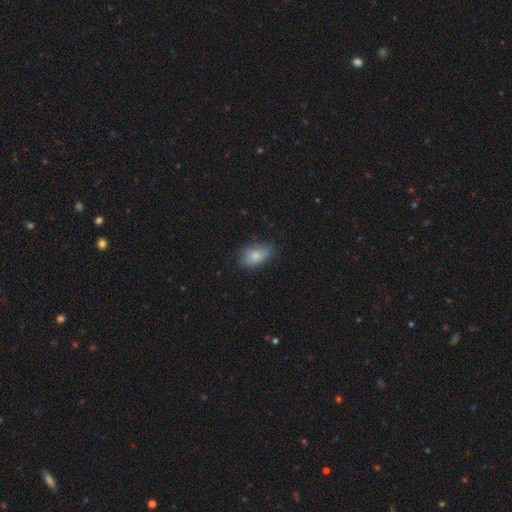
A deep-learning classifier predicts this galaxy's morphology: Smooth or featured: smooth — 80% (featured or disk — 12%)
How rounded: in between — 89% (round — 8%)
Merging: none — 71% (minor disturbance — 22%)